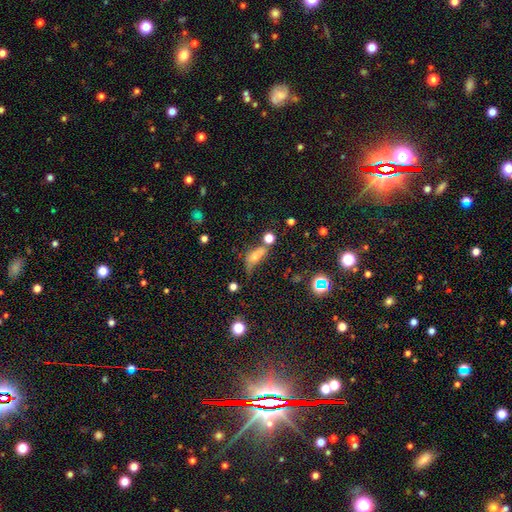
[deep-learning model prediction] A smooth galaxy with no disk features (57%) that is in between round and cigar-shaped (66%). Merging: none (32%).